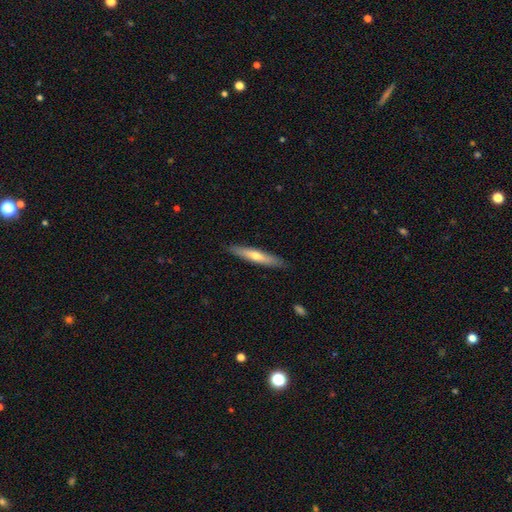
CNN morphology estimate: A smooth galaxy with no disk features (49%). Merging: none (89%).